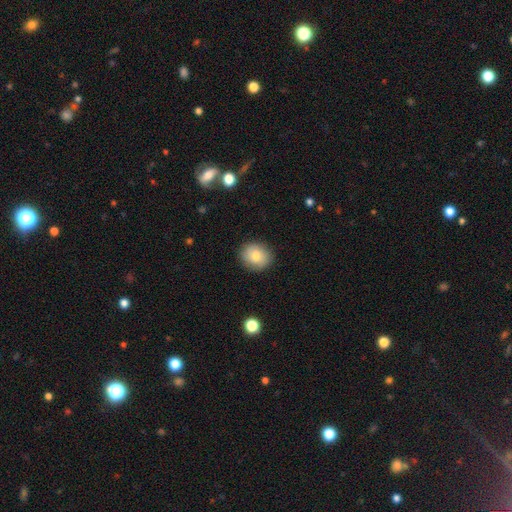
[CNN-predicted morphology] Smooth or featured? smooth (78%)
How rounded? round (74%)
Merging? none (87%)